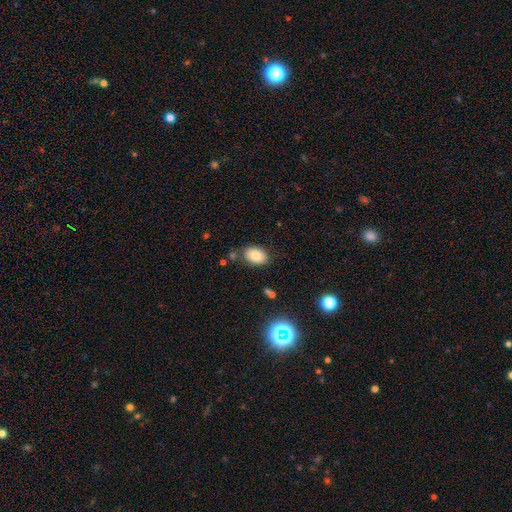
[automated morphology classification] This appears to be a smooth galaxy with no disk features (81%) that is in between round and cigar-shaped (87%). Merging: none (79%).